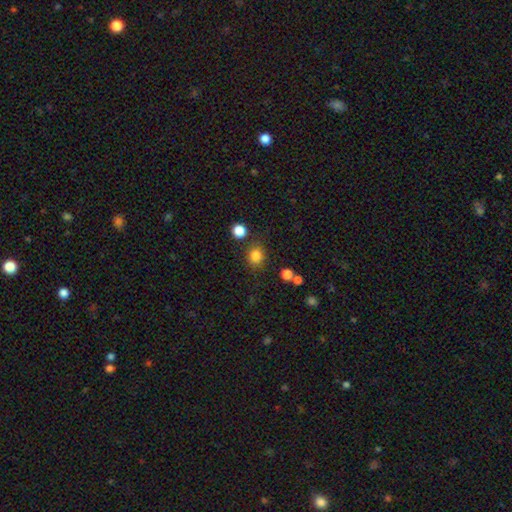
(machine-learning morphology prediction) Overall: smooth (83%). How rounded: round (80%). Merging: none (81%).